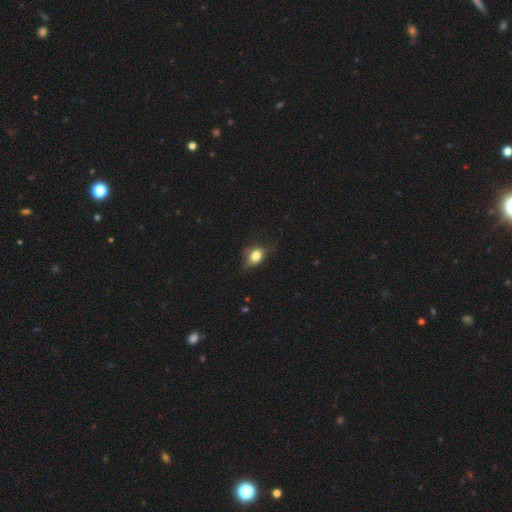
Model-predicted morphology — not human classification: Smooth or featured?
  - smooth: 77% *
  - featured or disk: 13%
  - star or artifact: 9%
How rounded?
  - in between: 64% *
  - round: 34%
  - cigar-shaped: 2%
Merging?
  - none: 53% *
  - minor disturbance: 34%
  - major disturbance: 12%
  - merger: 2%